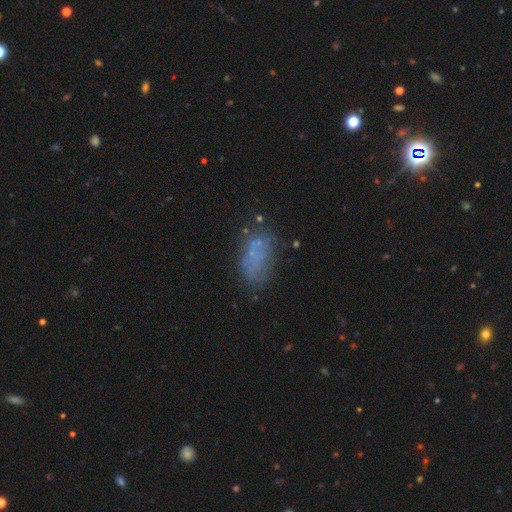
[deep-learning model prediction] A smooth galaxy with no disk features (48%).

Vote fractions:
- Smooth or featured? smooth: 48% / featured or disk: 34% / star or artifact: 18%
- Merging? none: 55% / minor disturbance: 21% / major disturbance: 16% / merger: 8%